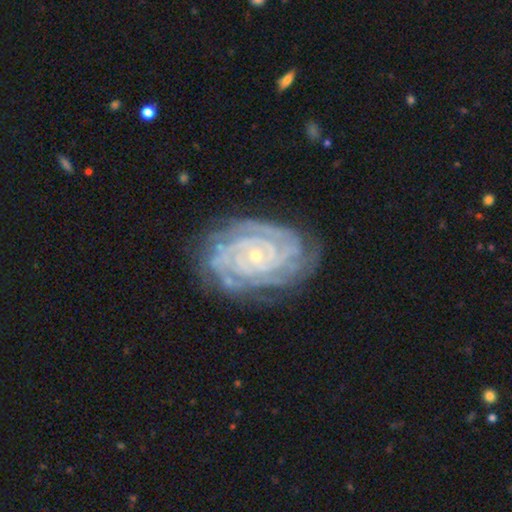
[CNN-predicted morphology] This is clearly a featured or disk galaxy (91%). It is clearly not viewed edge-on (97%). Bar: likely no (74%). Spiral arm pattern: clearly yes (98%). Spiral arm count: marginally 4 (25%). Spiral winding: clearly tight (86%). Central bulge: likely small (80%). Merging: likely none (78%).